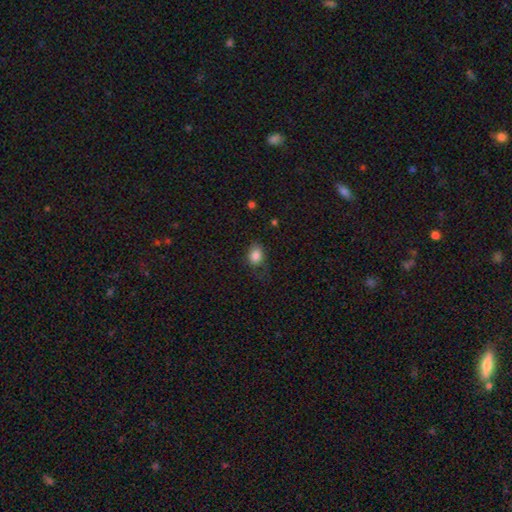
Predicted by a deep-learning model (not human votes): Q: Smooth or featured?
A: smooth (84%); runner-up: star or artifact (9%)
Q: How rounded?
A: in between (67%); runner-up: round (32%)
Q: Merging?
A: none (59%); runner-up: minor disturbance (27%)